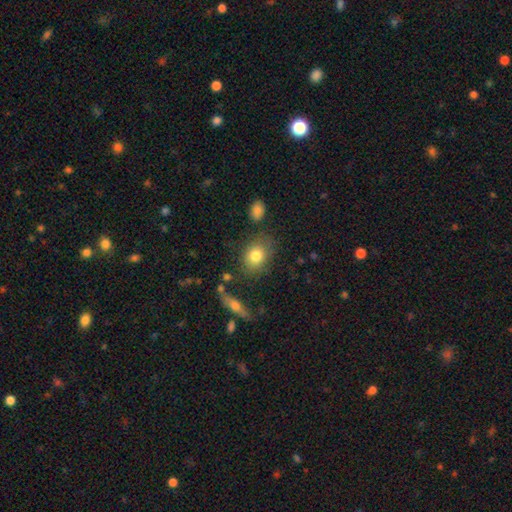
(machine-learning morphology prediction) A smooth galaxy with no disk features (81%) that is in between round and cigar-shaped (52%).

Vote fractions:
- Smooth or featured? smooth: 81% / featured or disk: 10% / star or artifact: 9%
- How rounded? in between: 52% / round: 46% / cigar-shaped: 2%
- Merging? none: 75% / minor disturbance: 16% / major disturbance: 5% / merger: 4%